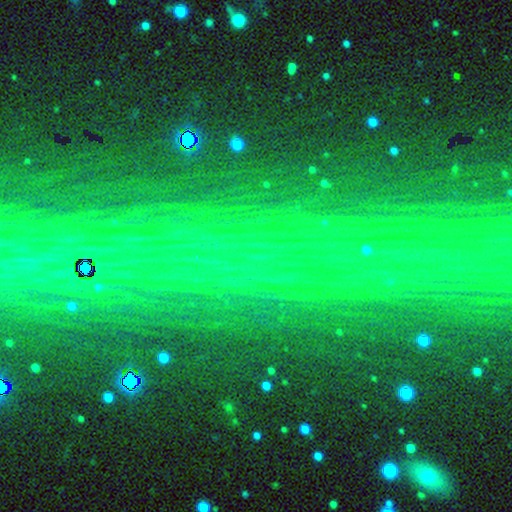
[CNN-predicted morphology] The model was most divided on "smooth or featured": star or artifact: 85%, featured or disk: 8%, smooth: 7%.